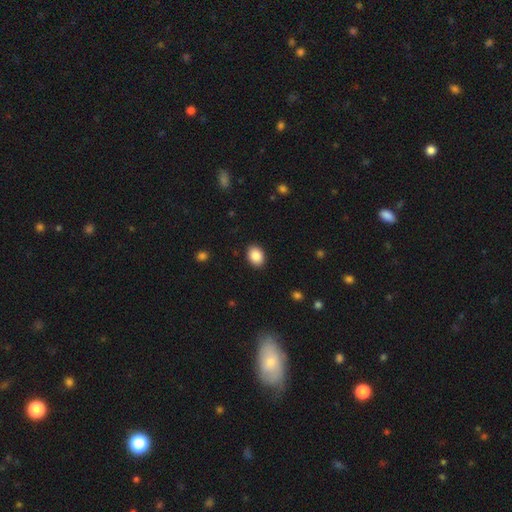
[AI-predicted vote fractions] smooth_or_featured: smooth (p=0.88) [alt: star or artifact p=0.08]
how_rounded: in between (p=0.71) [alt: round p=0.28]
merging: none (p=0.89) [alt: minor disturbance p=0.08]